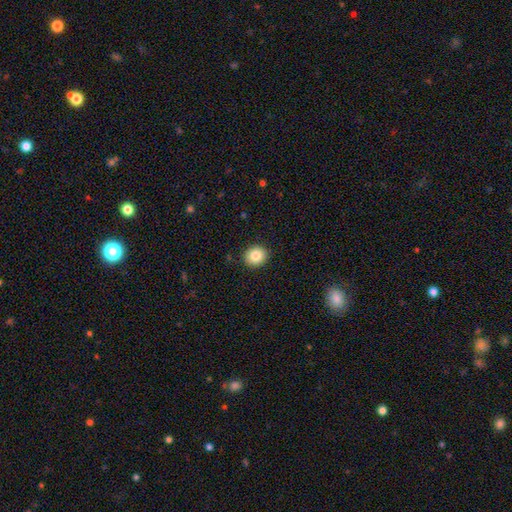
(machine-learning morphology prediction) Smooth or featured?
  - smooth: 85% *
  - star or artifact: 9%
  - featured or disk: 6%
How rounded?
  - round: 78% *
  - in between: 21%
  - cigar-shaped: 1%
Merging?
  - none: 90% *
  - minor disturbance: 7%
  - major disturbance: 2%
  - merger: 1%